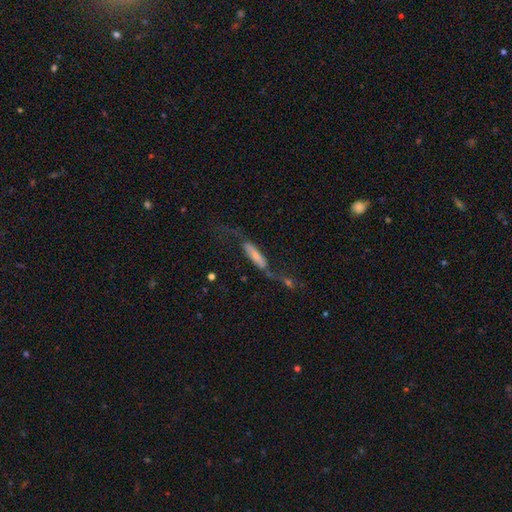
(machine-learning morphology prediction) smooth_or_featured: smooth (p=0.52) [alt: featured or disk p=0.41]
how_rounded: cigar-shaped (p=0.65) [alt: in between p=0.32]
merging: none (p=0.35) [alt: major disturbance p=0.34]